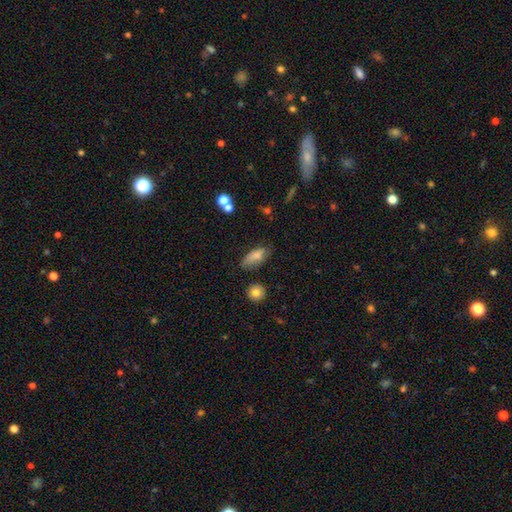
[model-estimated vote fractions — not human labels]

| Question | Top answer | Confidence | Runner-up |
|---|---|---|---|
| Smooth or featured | smooth | 80% | featured or disk (11%) |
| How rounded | in between | 80% | cigar-shaped (16%) |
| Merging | none | 60% | minor disturbance (28%) |